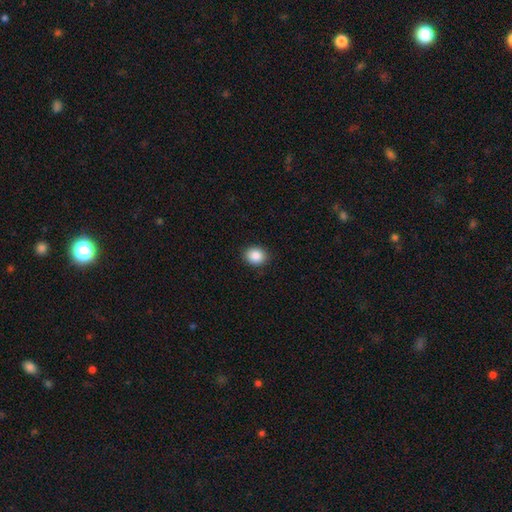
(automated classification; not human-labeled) This appears to be a smooth galaxy with no disk features (88%) that is round (61%). Merging: none (90%).